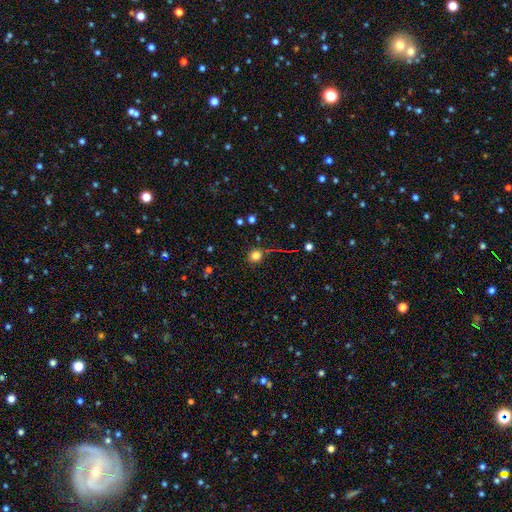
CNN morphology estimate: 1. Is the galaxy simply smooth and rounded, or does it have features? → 77% smooth, 17% star or artifact, 6% featured or disk.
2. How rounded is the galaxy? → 83% round, 15% in between, 1% cigar-shaped.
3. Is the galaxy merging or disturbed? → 77% none, 14% minor disturbance, 5% major disturbance, 4% merger.